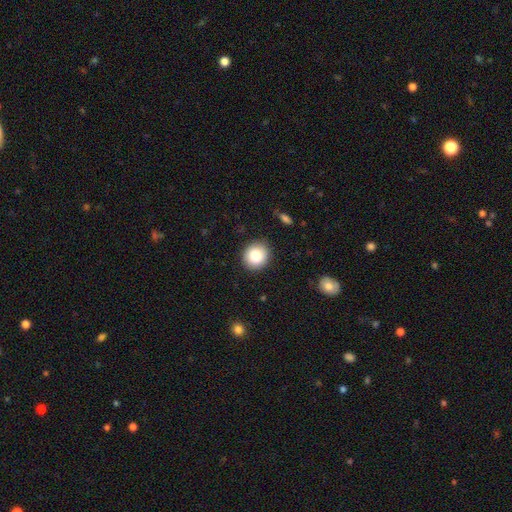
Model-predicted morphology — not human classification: Smooth or featured?
  - smooth: 84% *
  - star or artifact: 9%
  - featured or disk: 7%
How rounded?
  - round: 84% *
  - in between: 15%
  - cigar-shaped: 1%
Merging?
  - none: 89% *
  - minor disturbance: 7%
  - major disturbance: 2%
  - merger: 1%